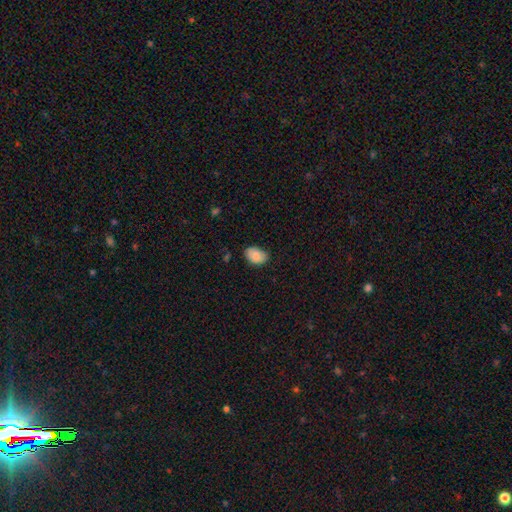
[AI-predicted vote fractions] This is clearly a smooth galaxy (85%). How rounded: clearly in between (84%). Merging: likely none (72%).